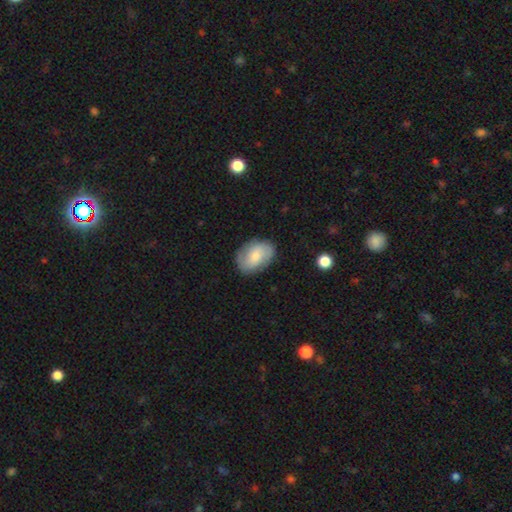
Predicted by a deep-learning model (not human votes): Smooth or featured? smooth (58%)
How rounded? in between (80%)
Merging? none (81%)